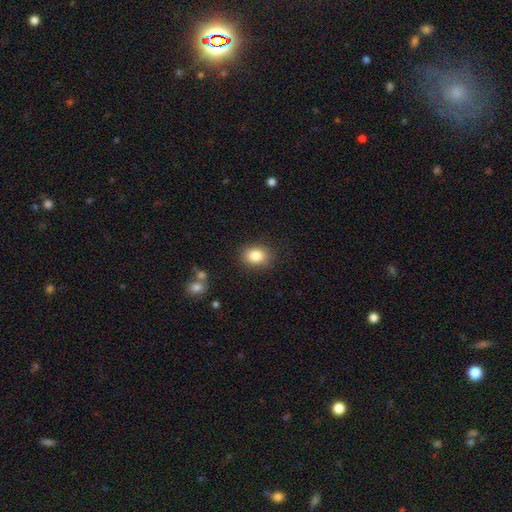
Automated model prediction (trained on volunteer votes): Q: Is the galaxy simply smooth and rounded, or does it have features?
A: smooth — 84%.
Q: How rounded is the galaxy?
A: in between — 57%.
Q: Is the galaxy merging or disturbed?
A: none — 85%.